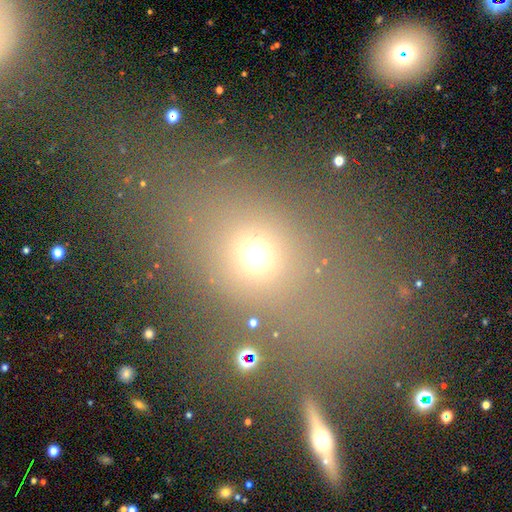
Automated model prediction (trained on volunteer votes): smooth_or_featured: smooth (p=0.60) [alt: star or artifact p=0.27]
how_rounded: in between (p=0.58) [alt: round p=0.37]
merging: none (p=0.63) [alt: minor disturbance p=0.14]